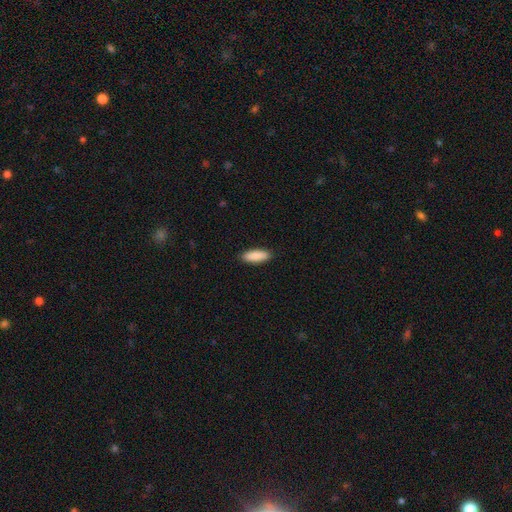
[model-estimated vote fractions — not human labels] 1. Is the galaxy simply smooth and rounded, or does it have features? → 90% smooth, 6% star or artifact, 5% featured or disk.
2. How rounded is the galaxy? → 65% in between, 34% cigar-shaped, 2% round.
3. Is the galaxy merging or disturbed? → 90% none, 7% minor disturbance, 2% major disturbance, 1% merger.